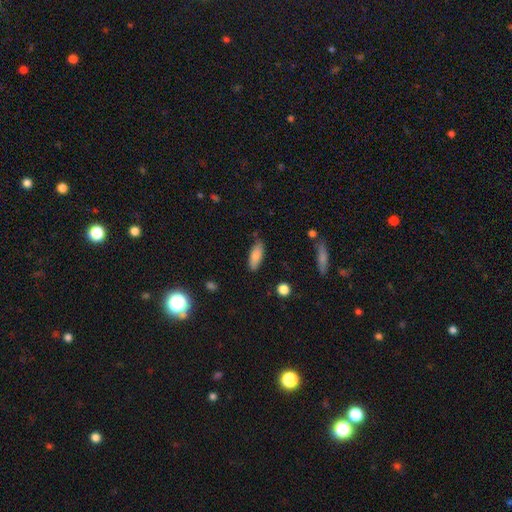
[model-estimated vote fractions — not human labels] The model was most divided on "how rounded": in between: 71%, cigar-shaped: 27%, round: 2%. More confident: smooth or featured — smooth (82%); merging — none (77%).